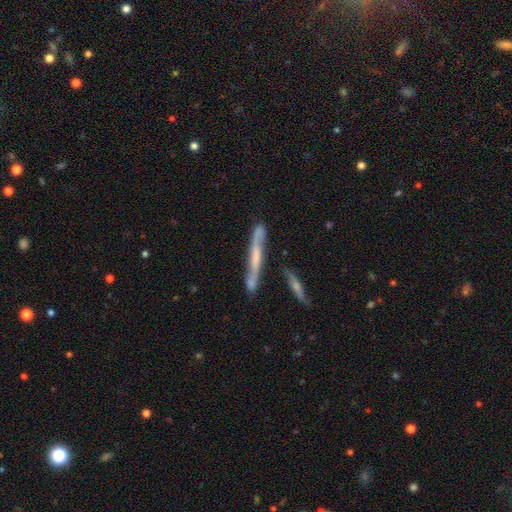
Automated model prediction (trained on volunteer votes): Smooth or featured: featured or disk — 62% (smooth — 29%)
Edge-on disk: yes — 79% (no — 21%)
Merging: none — 61% (minor disturbance — 17%)